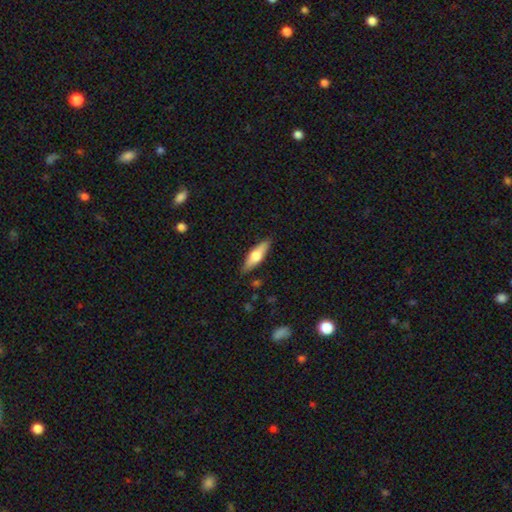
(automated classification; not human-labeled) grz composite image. It shows a smooth galaxy with no disk features (49%). Merging: none (87%).